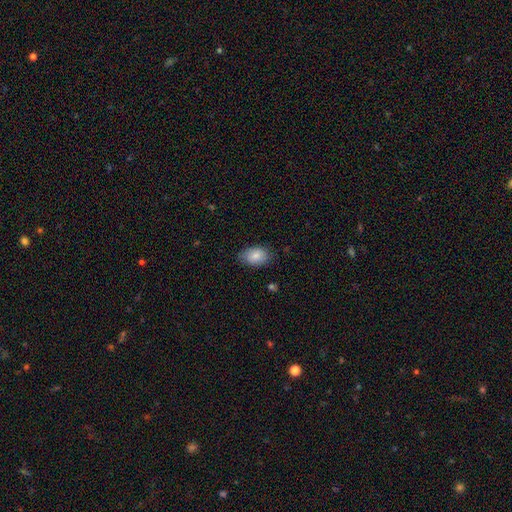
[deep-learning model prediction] Q: Smooth or featured?
A: smooth (84%); runner-up: featured or disk (9%)
Q: How rounded?
A: in between (86%); runner-up: round (13%)
Q: Merging?
A: none (79%); runner-up: minor disturbance (16%)